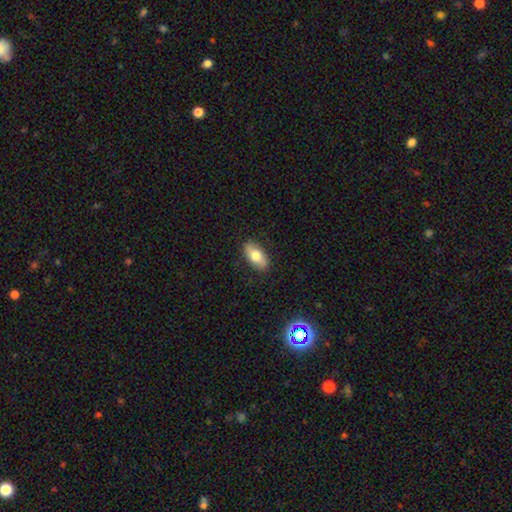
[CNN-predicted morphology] Overall: smooth (73%). How rounded: in between (90%). Merging: none (87%).